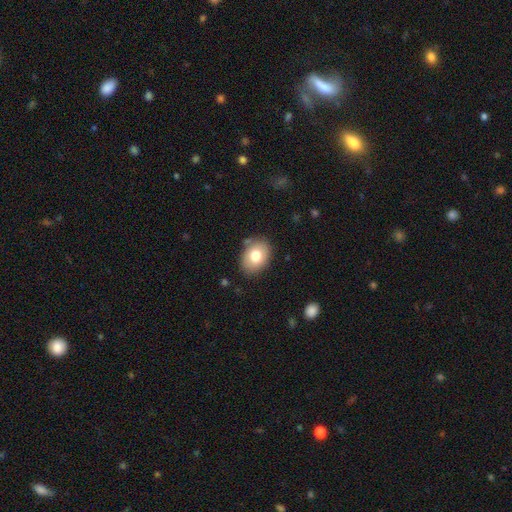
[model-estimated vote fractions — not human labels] smooth-or-featured: smooth: 76% | featured or disk: 15% | star or artifact: 8%
  how-rounded: in between: 68% | round: 31% | cigar-shaped: 1%
  merging: none: 81% | minor disturbance: 14% | major disturbance: 3% | merger: 2%